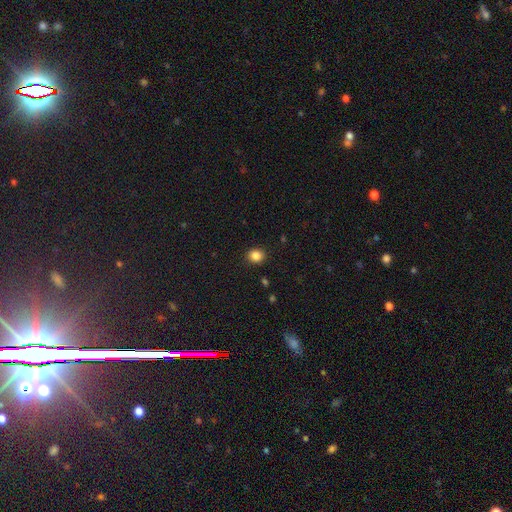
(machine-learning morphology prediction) A smooth galaxy with no disk features (85%) that is round (71%). Merging: none (90%).